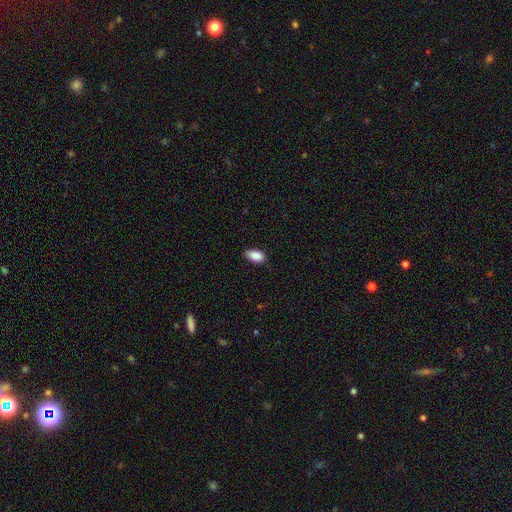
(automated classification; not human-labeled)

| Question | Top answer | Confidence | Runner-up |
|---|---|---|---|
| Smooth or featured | smooth | 89% | star or artifact (7%) |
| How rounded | in between | 93% | round (4%) |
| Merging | none | 82% | minor disturbance (15%) |